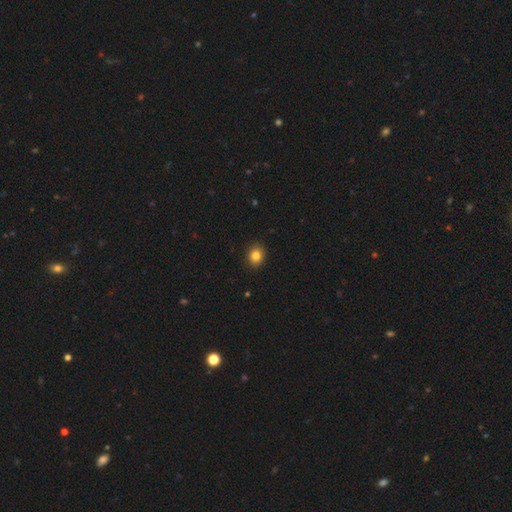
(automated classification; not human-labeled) smooth 83%, star or artifact 11%, featured or disk 6%. Down the decision tree: how rounded — round (66%); merging — none (91%).